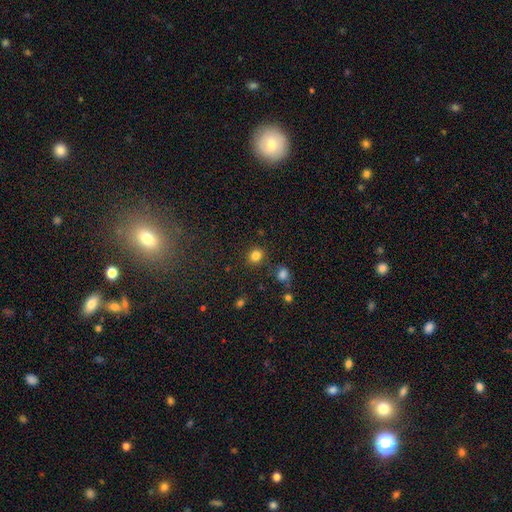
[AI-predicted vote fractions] Q: Smooth or featured?
A: smooth (82%); runner-up: star or artifact (13%)
Q: How rounded?
A: round (81%); runner-up: in between (18%)
Q: Merging?
A: none (84%); runner-up: minor disturbance (8%)